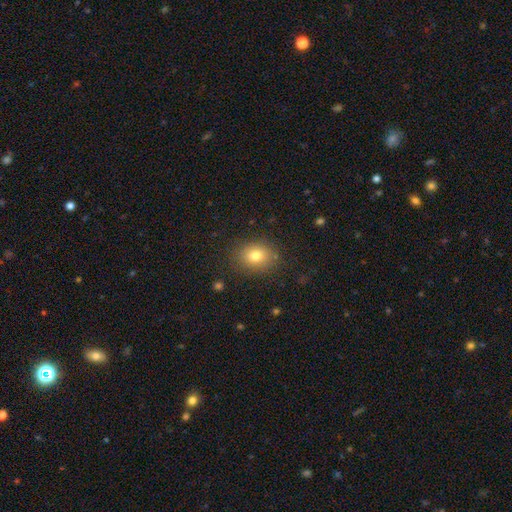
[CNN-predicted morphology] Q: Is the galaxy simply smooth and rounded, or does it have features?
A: smooth — 79%.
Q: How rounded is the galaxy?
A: in between — 52%.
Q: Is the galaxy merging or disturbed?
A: none — 84%.